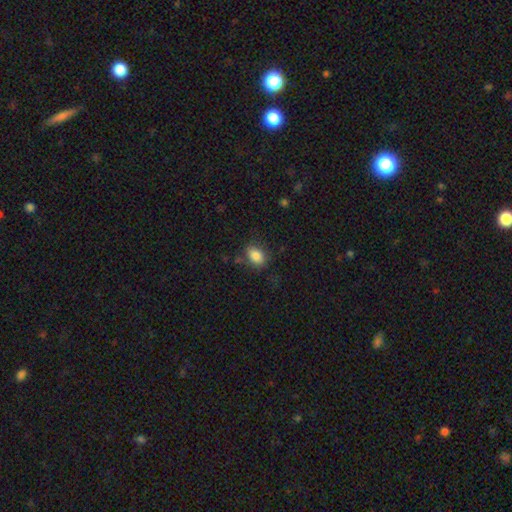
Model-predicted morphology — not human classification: Overall: smooth (85%). How rounded: in between (79%). Merging: none (76%).